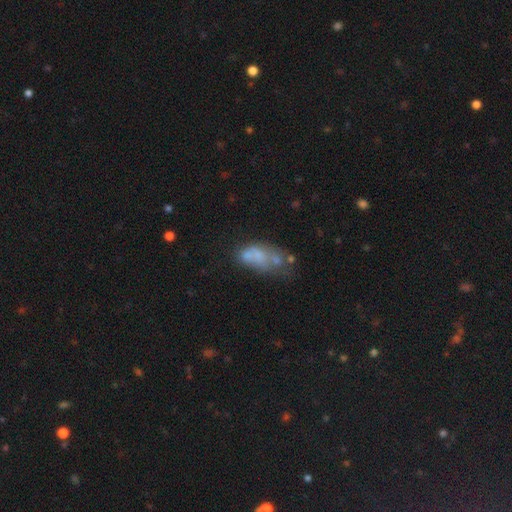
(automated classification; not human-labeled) This is possibly a smooth galaxy (47%). Merging: marginally merger (36%).